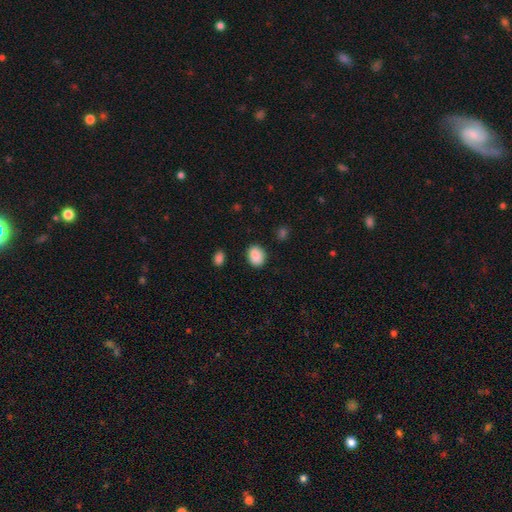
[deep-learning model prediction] This is clearly a smooth galaxy (88%). How rounded: likely in between (61%). Merging: clearly none (83%).